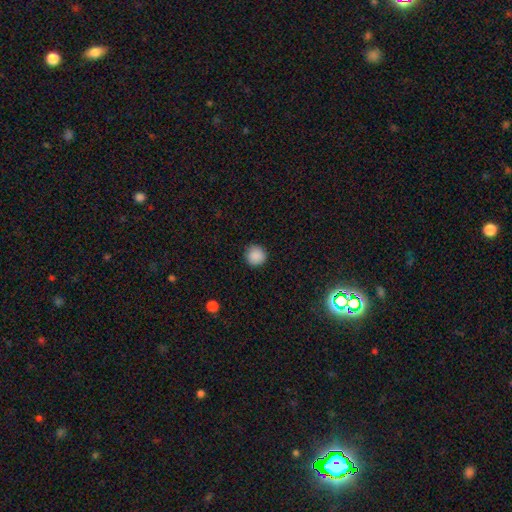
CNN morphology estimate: smooth_or_featured: smooth (p=0.88) [alt: star or artifact p=0.09]
how_rounded: round (p=0.95) [alt: in between p=0.04]
merging: none (p=0.91) [alt: minor disturbance p=0.06]